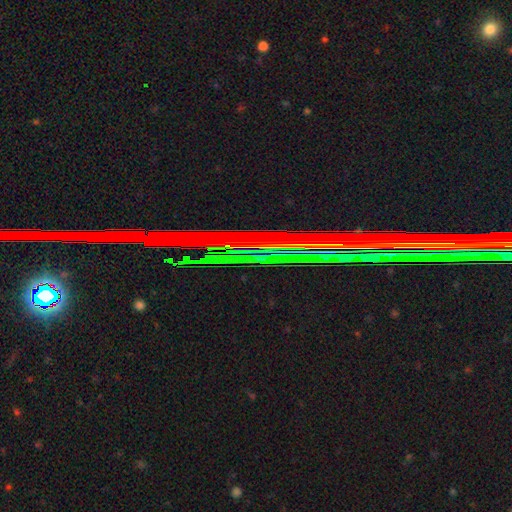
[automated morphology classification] type=star or artifact (77%).